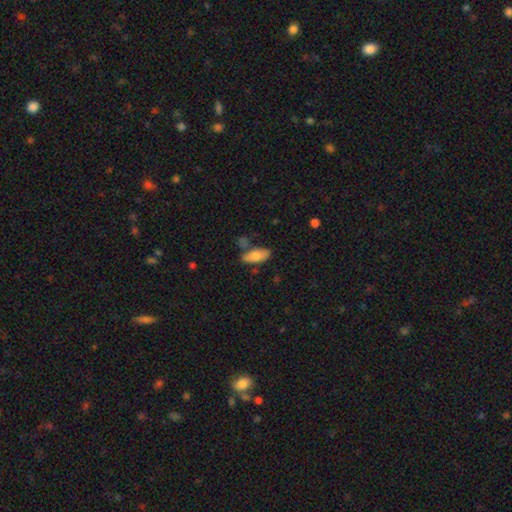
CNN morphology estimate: smooth_or_featured: smooth (p=0.74) [alt: featured or disk p=0.19]
how_rounded: in between (p=0.85) [alt: cigar-shaped p=0.12]
merging: none (p=0.64) [alt: minor disturbance p=0.20]